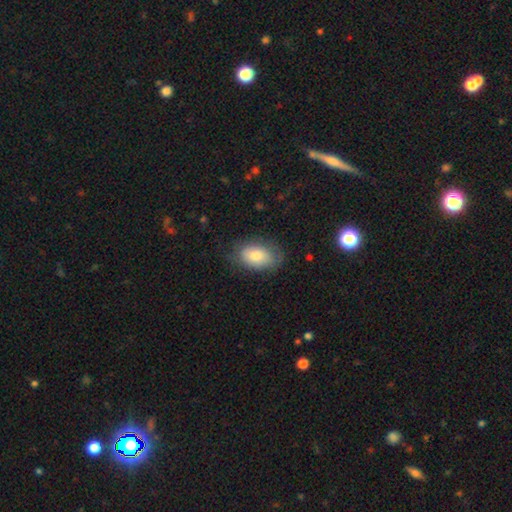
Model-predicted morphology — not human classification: smooth-or-featured: smooth: 78% | featured or disk: 15% | star or artifact: 7%
  how-rounded: in between: 90% | round: 8% | cigar-shaped: 2%
  merging: none: 70% | minor disturbance: 21% | major disturbance: 7% | merger: 1%